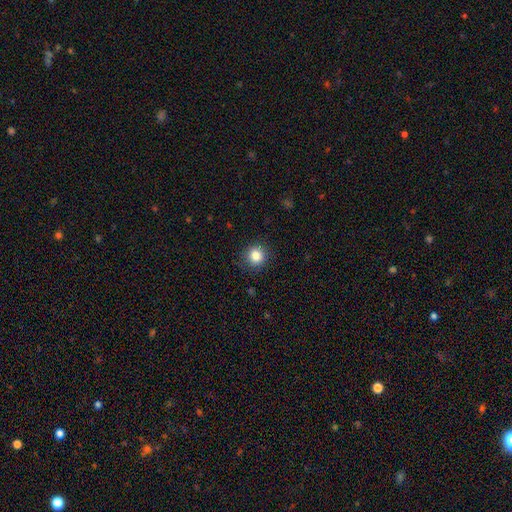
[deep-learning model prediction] Morphology: type=smooth (84%); roundness=round (89%); merging=none (88%).